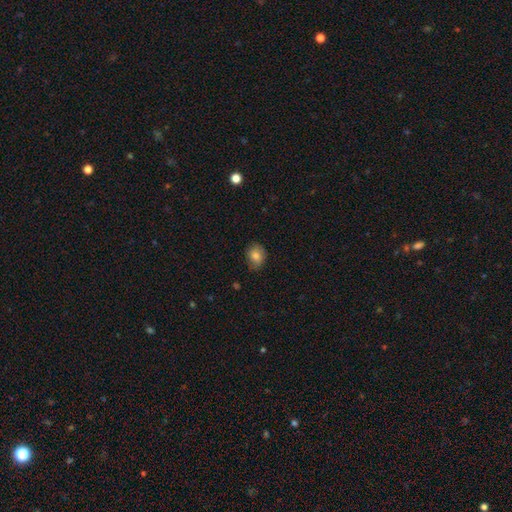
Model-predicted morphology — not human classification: Smooth or featured? Predicted: smooth (p=0.80). How rounded? Predicted: round (p=0.51). Merging? Predicted: none (p=0.77).